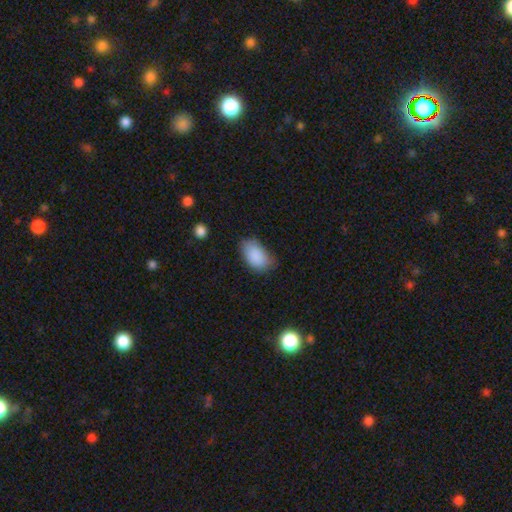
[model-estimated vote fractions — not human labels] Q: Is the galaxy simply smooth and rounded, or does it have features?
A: smooth — 88%.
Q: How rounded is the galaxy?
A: in between — 93%.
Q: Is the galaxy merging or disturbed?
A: none — 68%.